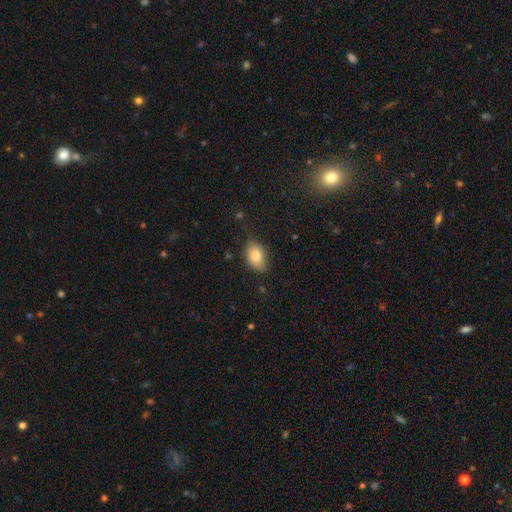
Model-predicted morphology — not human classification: Smooth or featured?
  - smooth: 80% *
  - featured or disk: 12%
  - star or artifact: 8%
How rounded?
  - in between: 87% *
  - round: 11%
  - cigar-shaped: 2%
Merging?
  - none: 73% *
  - minor disturbance: 22%
  - major disturbance: 4%
  - merger: 1%